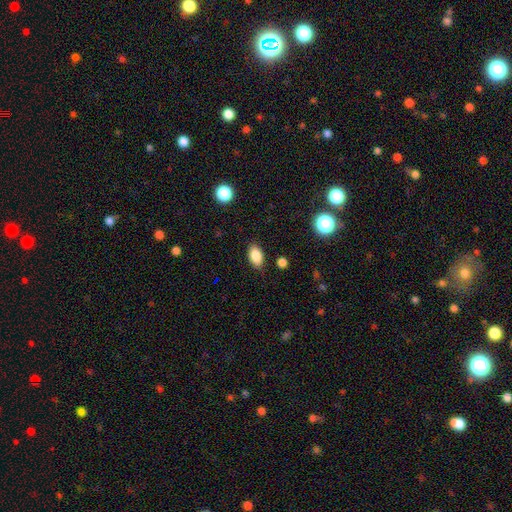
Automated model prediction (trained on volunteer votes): Q: Smooth or featured?
A: smooth (85%); runner-up: star or artifact (9%)
Q: How rounded?
A: in between (90%); runner-up: round (8%)
Q: Merging?
A: none (85%); runner-up: minor disturbance (11%)